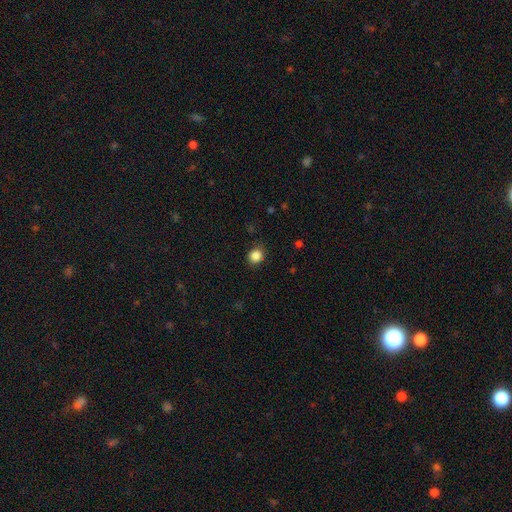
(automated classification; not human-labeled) A smooth galaxy with no disk features (86%) that is round (75%). Merging: none (85%).